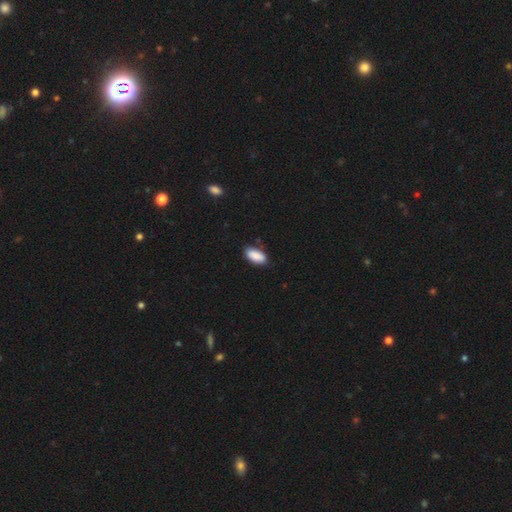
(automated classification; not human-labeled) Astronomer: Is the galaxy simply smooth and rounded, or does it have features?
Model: smooth — 89%.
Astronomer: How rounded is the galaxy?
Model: in between — 91%.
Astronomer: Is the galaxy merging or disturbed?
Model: none — 83%.